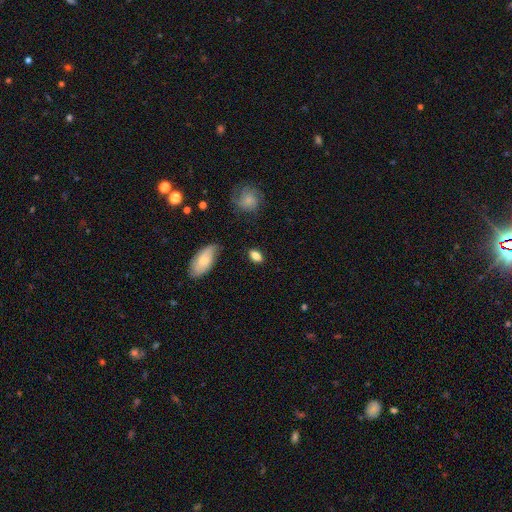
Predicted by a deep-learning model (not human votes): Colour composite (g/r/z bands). It shows a smooth galaxy with no disk features (82%) that is in between round and cigar-shaped (85%). Merging: none (78%).